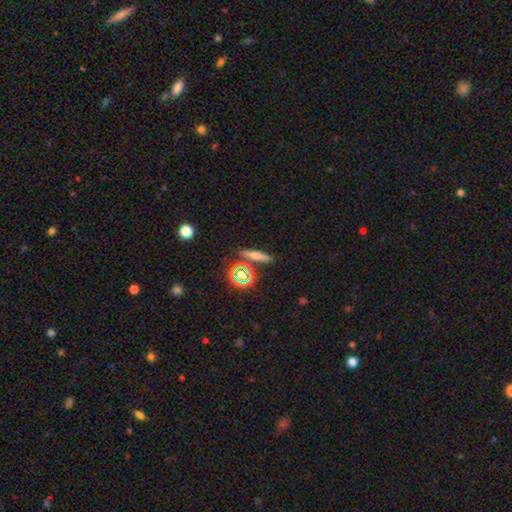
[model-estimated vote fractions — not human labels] smooth-or-featured: smooth: 58% | featured or disk: 23% | star or artifact: 19%
  how-rounded: cigar-shaped: 73% | in between: 16% | round: 11%
  merging: none: 82% | minor disturbance: 8% | merger: 7% | major disturbance: 3%